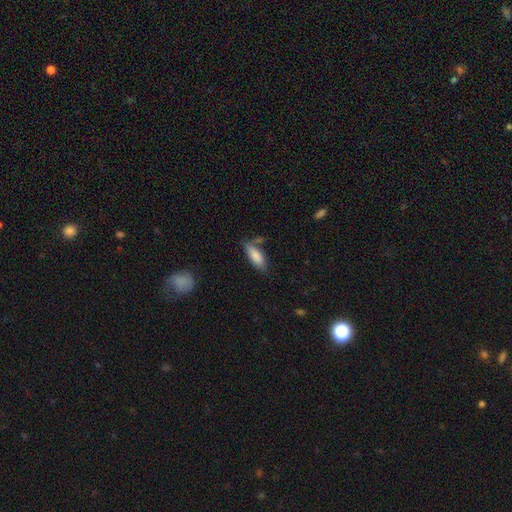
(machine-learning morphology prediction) type=smooth (84%); roundness=in between (76%); merging=none (60%).